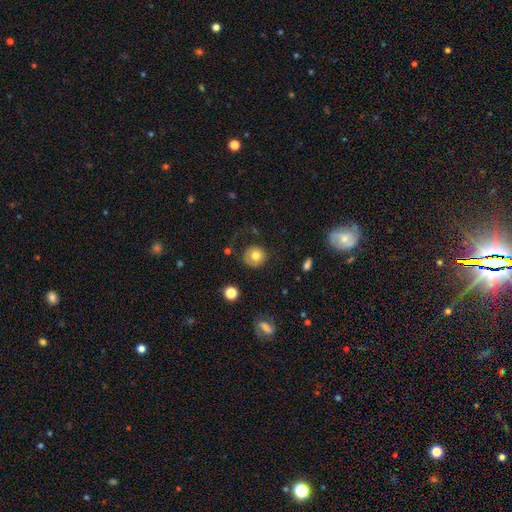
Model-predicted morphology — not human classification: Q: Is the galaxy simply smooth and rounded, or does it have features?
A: smooth — 76%.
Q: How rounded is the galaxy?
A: round — 88%.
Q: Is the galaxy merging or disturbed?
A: none — 71%.